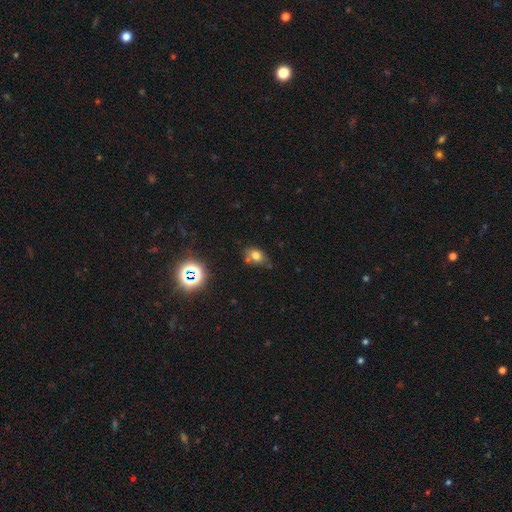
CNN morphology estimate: Smooth or featured?
  - smooth: 69% *
  - star or artifact: 19%
  - featured or disk: 13%
How rounded?
  - in between: 65% *
  - round: 33%
  - cigar-shaped: 2%
Merging?
  - none: 57% *
  - minor disturbance: 22%
  - merger: 15%
  - major disturbance: 6%